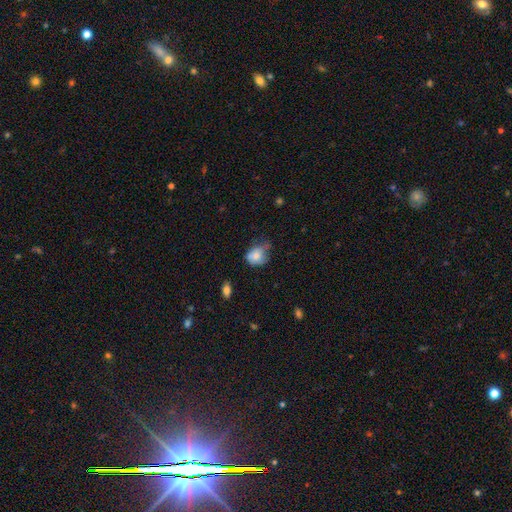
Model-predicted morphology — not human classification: smooth_or_featured: smooth (p=0.75) [alt: featured or disk p=0.16]
how_rounded: round (p=0.53) [alt: in between p=0.46]
merging: minor disturbance (p=0.41) [alt: none p=0.35]